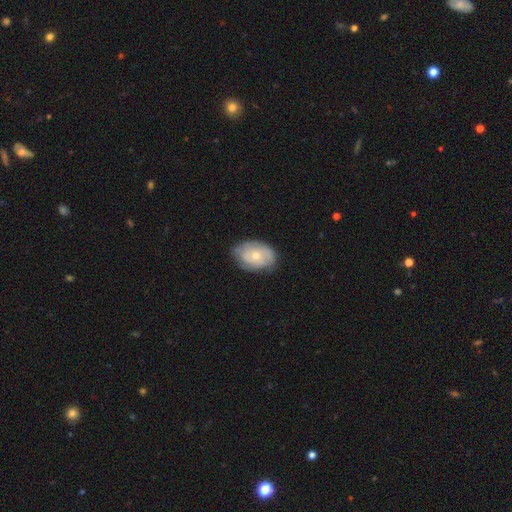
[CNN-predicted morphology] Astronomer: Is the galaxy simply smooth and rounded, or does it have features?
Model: smooth — 48% (runner-up: featured or disk, 46%).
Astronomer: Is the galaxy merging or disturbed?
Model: none — 70%.